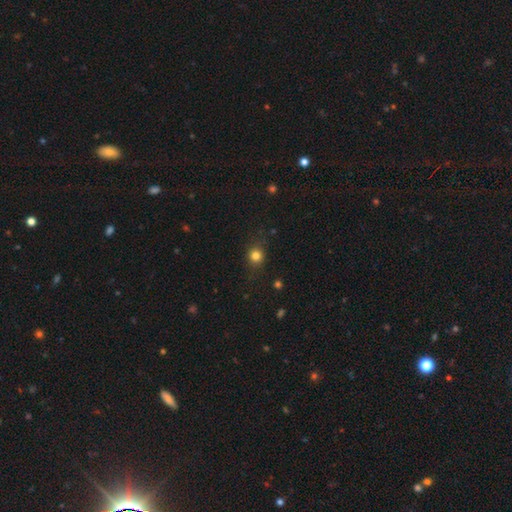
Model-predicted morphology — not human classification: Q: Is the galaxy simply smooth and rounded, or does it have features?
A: smooth — 81%.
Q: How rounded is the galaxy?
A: round — 84%.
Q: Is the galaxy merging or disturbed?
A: none — 84%.